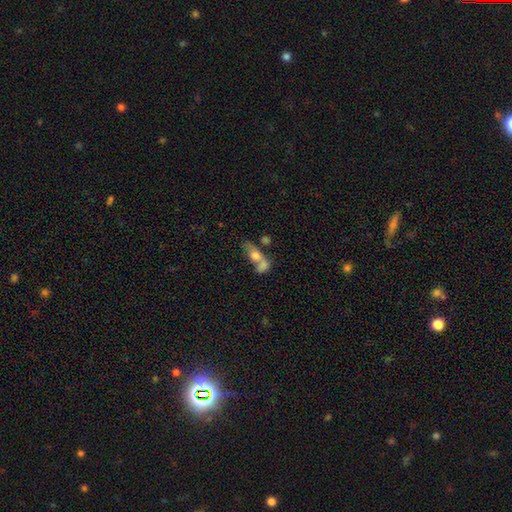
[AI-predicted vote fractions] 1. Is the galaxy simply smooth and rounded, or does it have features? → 60% smooth, 30% featured or disk, 10% star or artifact.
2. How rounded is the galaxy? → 65% in between, 19% round, 15% cigar-shaped.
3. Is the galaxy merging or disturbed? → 55% merger, 22% none, 12% major disturbance, 10% minor disturbance.